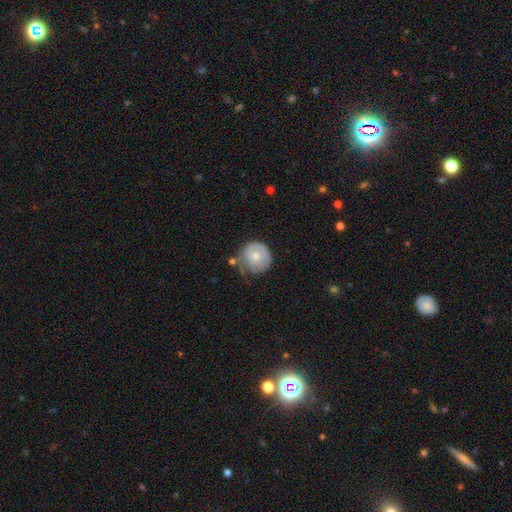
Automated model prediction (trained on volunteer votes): Smooth or featured? Predicted: smooth (p=0.62). How rounded? Predicted: round (p=0.89). Merging? Predicted: none (p=0.50).